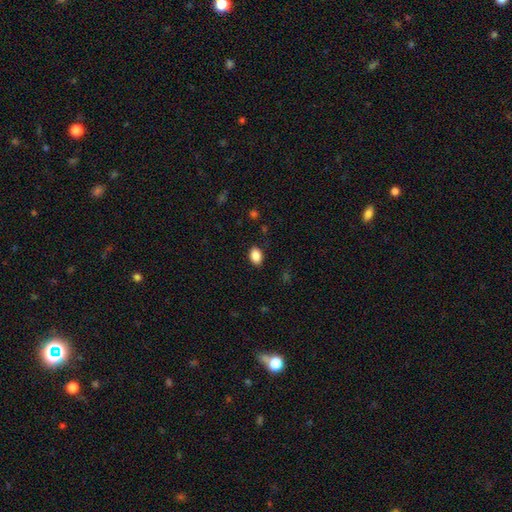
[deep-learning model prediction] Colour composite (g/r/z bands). It shows a smooth galaxy with no disk features (88%) that is in between round and cigar-shaped (83%). Merging: none (87%).